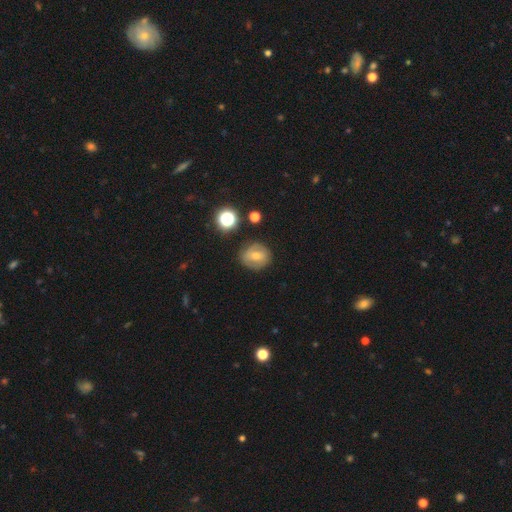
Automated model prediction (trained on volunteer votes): Q: Smooth or featured?
A: smooth (49%); runner-up: featured or disk (40%)
Q: Merging?
A: none (78%); runner-up: minor disturbance (14%)